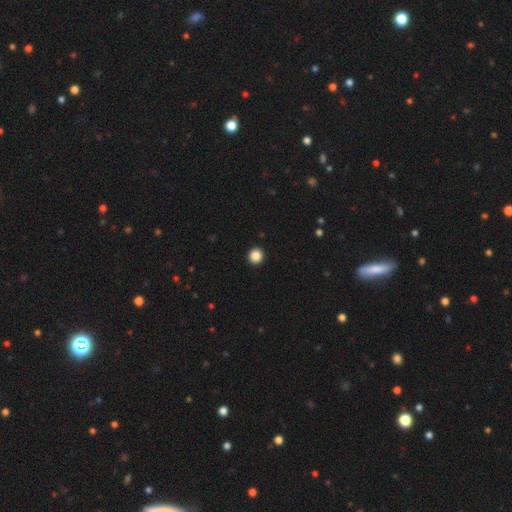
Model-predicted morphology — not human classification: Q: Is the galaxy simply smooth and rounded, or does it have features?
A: smooth — 87%.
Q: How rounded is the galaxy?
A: round — 94%.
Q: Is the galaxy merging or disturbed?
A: none — 94%.